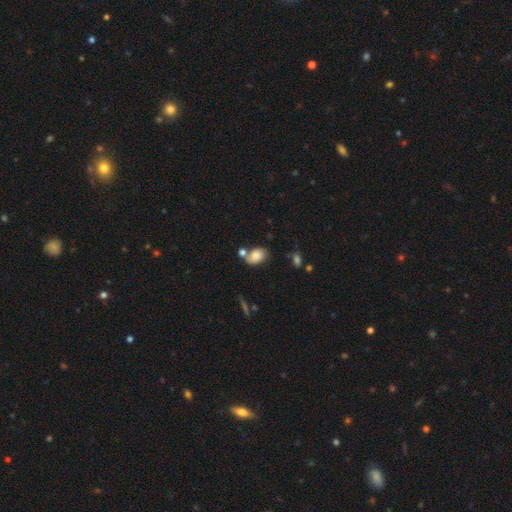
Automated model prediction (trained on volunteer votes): This appears to be a smooth galaxy with no disk features (76%) that is in between round and cigar-shaped (79%). Merging: none (48%).